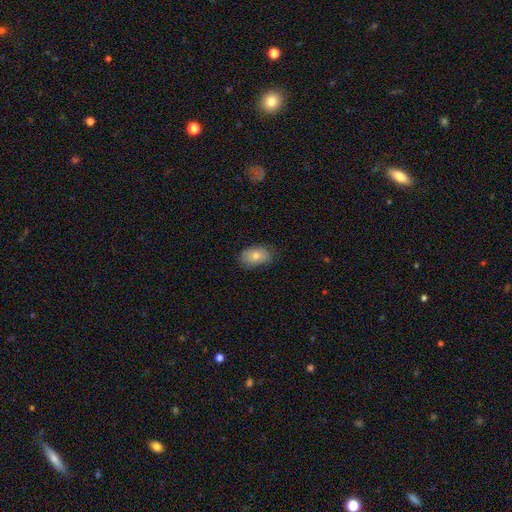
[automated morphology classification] smooth_or_featured: smooth (p=0.74) [alt: featured or disk p=0.17]
how_rounded: in between (p=0.89) [alt: round p=0.09]
merging: none (p=0.74) [alt: minor disturbance p=0.20]